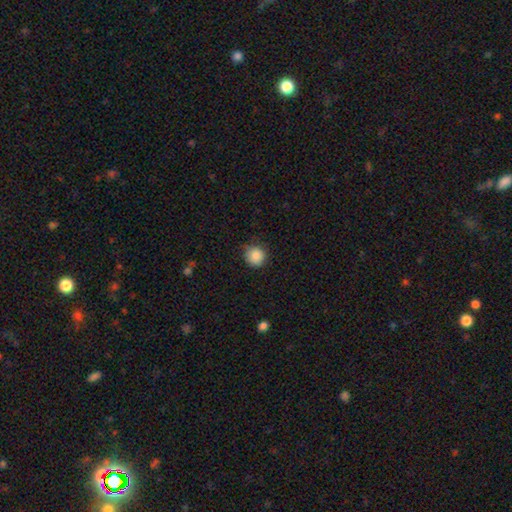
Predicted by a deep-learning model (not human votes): The model was most divided on "merging": none: 79%, minor disturbance: 17%, major disturbance: 3%, merger: 1%. More confident: how rounded — round (93%); smooth or featured — smooth (85%).